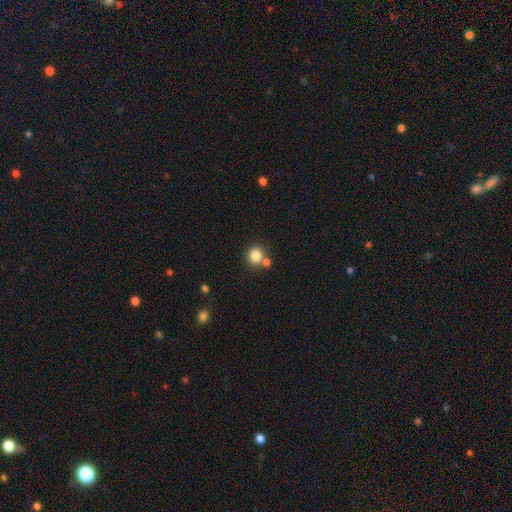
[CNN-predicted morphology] This appears to be a smooth galaxy with no disk features (83%) that is round (86%). Merging: none (65%).